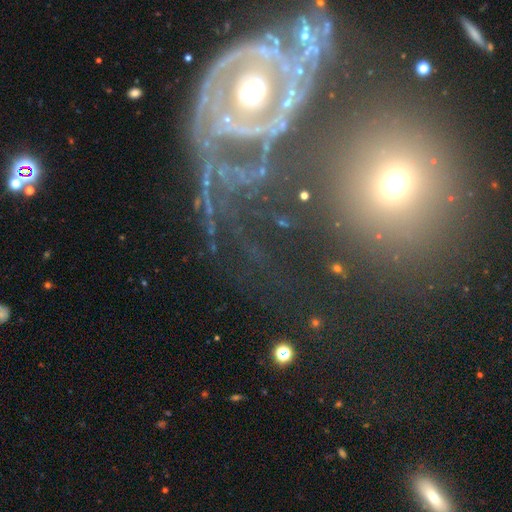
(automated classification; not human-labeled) Morphology: type=featured or disk (63%); edge-on=no (92%); bar=no (61%); spiral arms=yes (76%); bulge=moderate (54%); merging=none (49%).